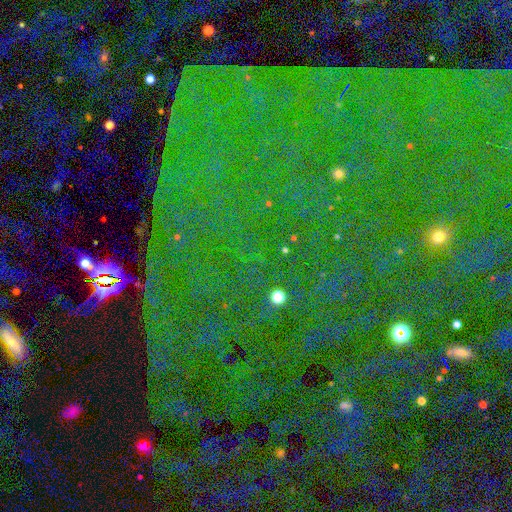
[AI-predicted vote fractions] smooth_or_featured: star or artifact (p=0.82) [alt: smooth p=0.10]